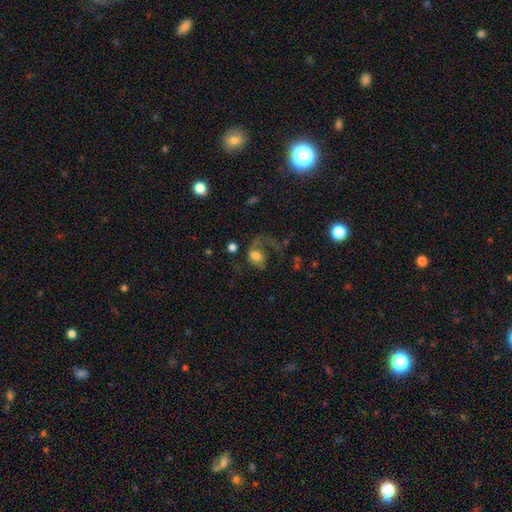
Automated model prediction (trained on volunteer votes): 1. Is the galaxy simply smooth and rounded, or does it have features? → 49% featured or disk, 41% smooth, 9% star or artifact.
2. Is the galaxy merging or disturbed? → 56% major disturbance, 24% none, 15% minor disturbance, 5% merger.